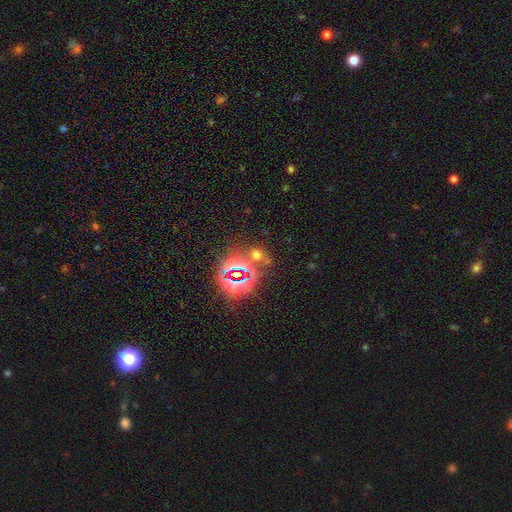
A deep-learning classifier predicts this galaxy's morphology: star or artifact 56%, smooth 36%, featured or disk 9%.